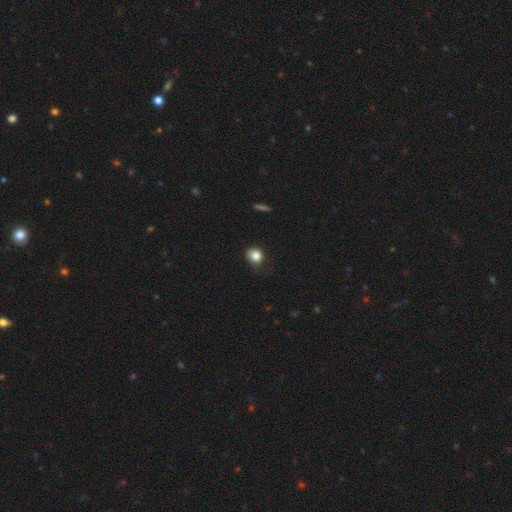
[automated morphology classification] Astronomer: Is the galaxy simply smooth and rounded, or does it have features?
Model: smooth — 84%.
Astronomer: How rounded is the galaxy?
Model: round — 81%.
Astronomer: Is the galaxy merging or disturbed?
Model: none — 73%.